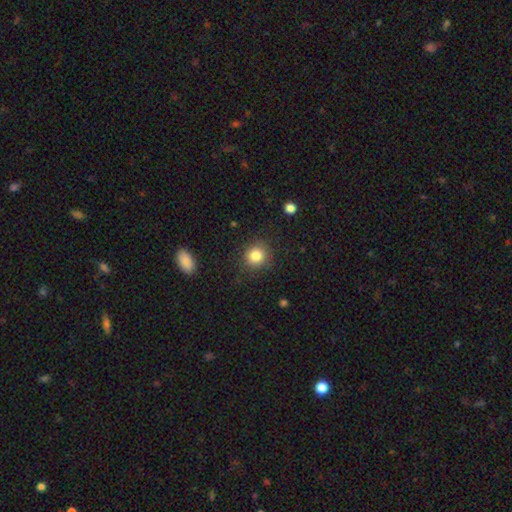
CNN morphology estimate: Q: Smooth or featured?
A: smooth (84%); runner-up: star or artifact (10%)
Q: How rounded?
A: round (86%); runner-up: in between (13%)
Q: Merging?
A: none (86%); runner-up: minor disturbance (9%)